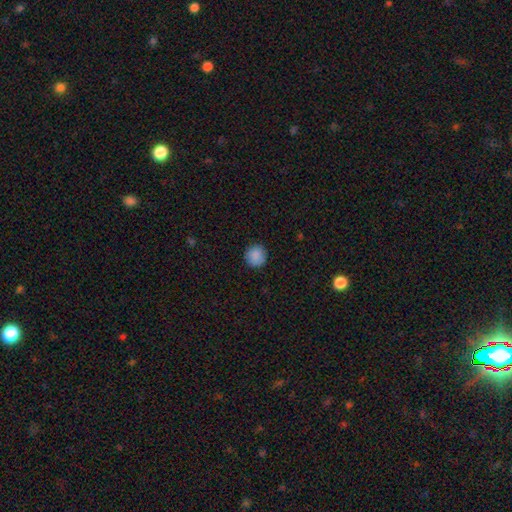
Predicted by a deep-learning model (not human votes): Smooth or featured? smooth (88%)
How rounded? round (94%)
Merging? none (90%)